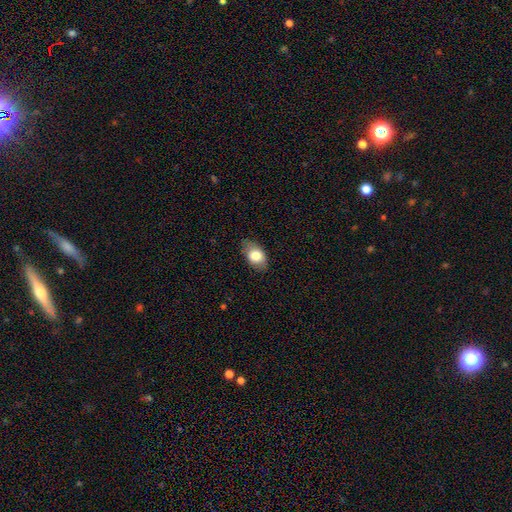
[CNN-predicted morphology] This appears to be a smooth galaxy with no disk features (79%) that is in between round and cigar-shaped (83%). Merging: none (76%).